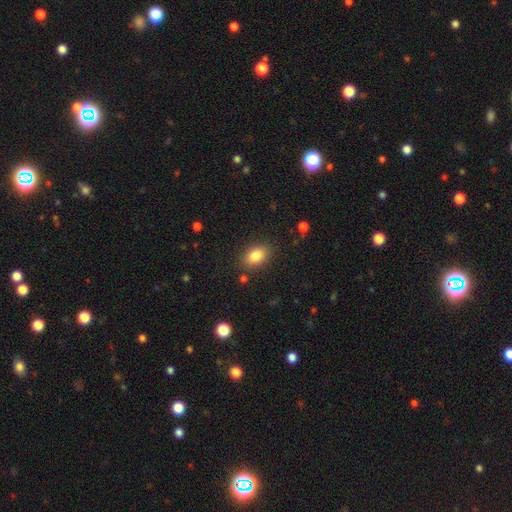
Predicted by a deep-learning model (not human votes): Overall: smooth (84%). How rounded: in between (88%). Merging: none (86%).